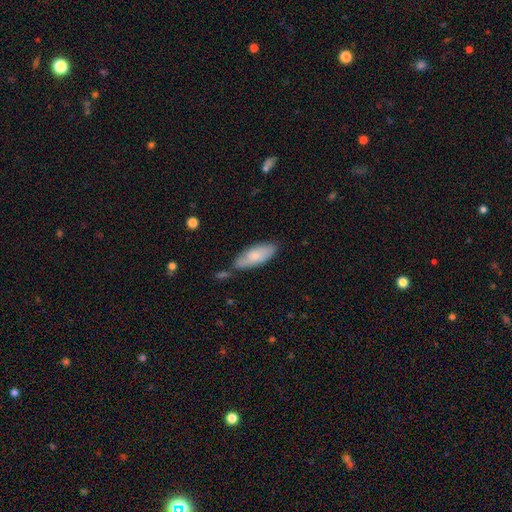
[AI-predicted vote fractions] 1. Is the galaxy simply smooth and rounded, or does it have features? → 72% smooth, 22% featured or disk, 6% star or artifact.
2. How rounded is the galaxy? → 76% in between, 22% cigar-shaped, 2% round.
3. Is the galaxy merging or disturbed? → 65% none, 24% minor disturbance, 7% merger, 5% major disturbance.